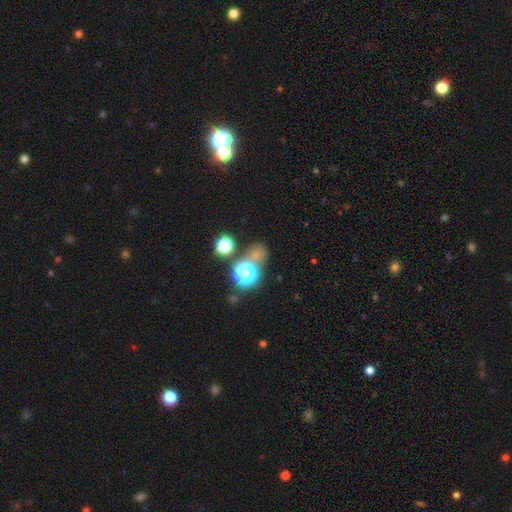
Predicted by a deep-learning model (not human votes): smooth 56%, star or artifact 34%, featured or disk 10%. Down the decision tree: how rounded — round (73%); merging — none (53%).